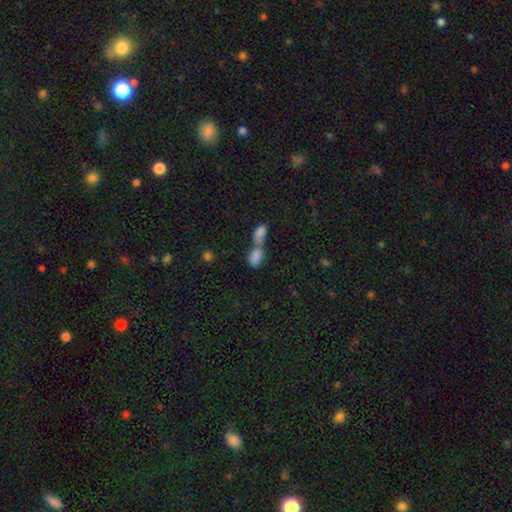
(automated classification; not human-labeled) Smooth or featured? Predicted: smooth (p=0.81). How rounded? Predicted: in between (p=0.88). Merging? Predicted: merger (p=0.77).